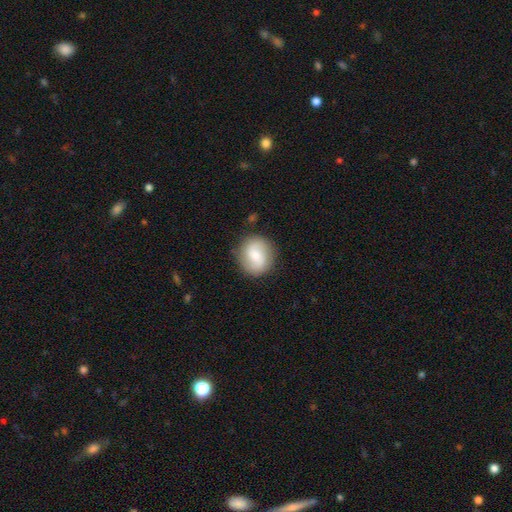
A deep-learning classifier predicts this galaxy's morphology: The model was most divided on "smooth or featured": smooth: 53%, featured or disk: 40%, star or artifact: 7%. More confident: merging — none (85%); how rounded — round (81%).